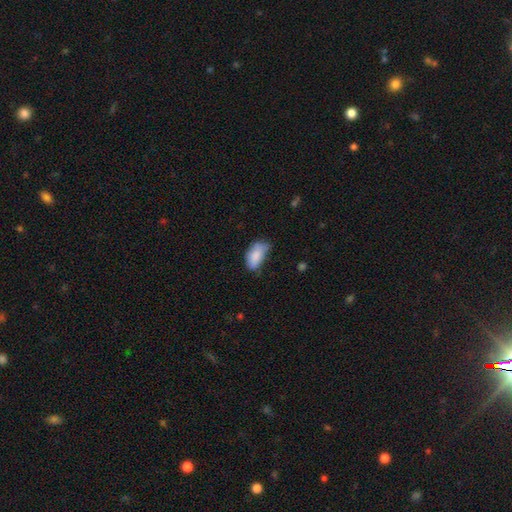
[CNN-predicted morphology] Overall: smooth (83%). How rounded: in between (93%). Merging: minor disturbance (43%; none 38%).